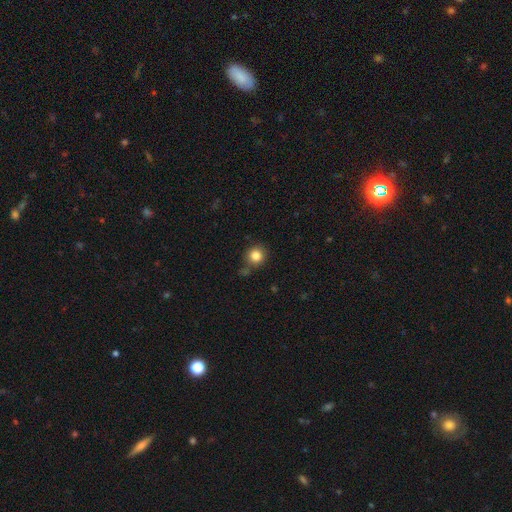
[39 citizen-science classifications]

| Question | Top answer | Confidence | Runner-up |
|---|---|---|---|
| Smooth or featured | smooth | 92% | star or artifact (5%) |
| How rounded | round | 97% | in between (3%) |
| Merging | none | 86% | minor disturbance (8%) |